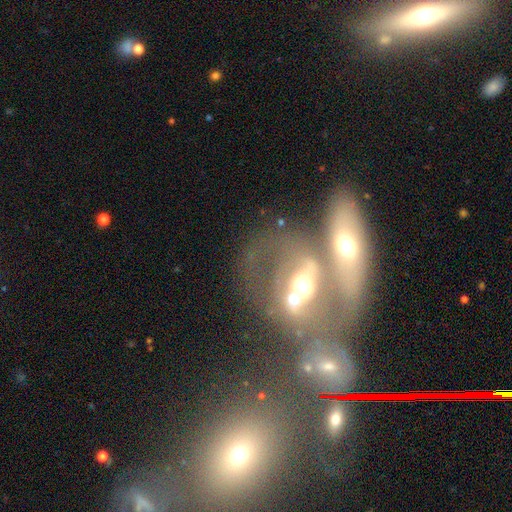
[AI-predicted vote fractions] A featured or disk galaxy (57%) with no bar (64%), no spiral arms (53%) and a moderate central bulge (58%). Merging: merger (59%).